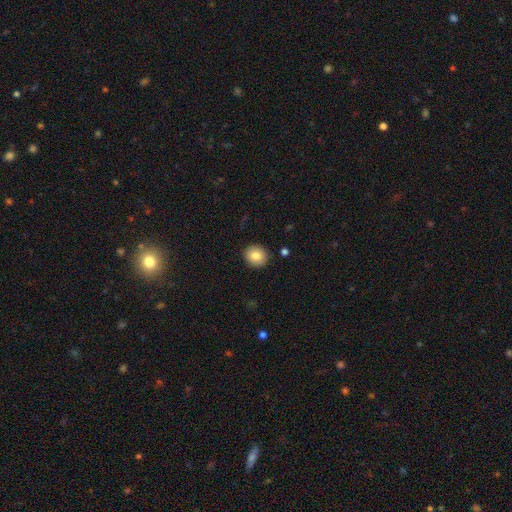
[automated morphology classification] smooth_or_featured: smooth (p=0.83) [alt: star or artifact p=0.08]
how_rounded: round (p=0.87) [alt: in between p=0.12]
merging: none (p=0.91) [alt: minor disturbance p=0.06]